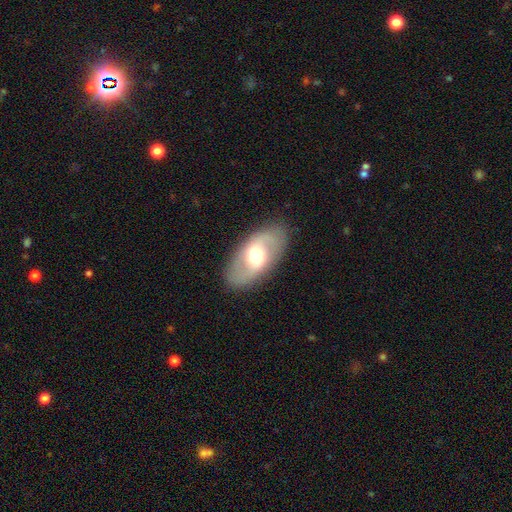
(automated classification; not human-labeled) This appears to be a featured or disk galaxy (59%) with no bar (43%), spiral arms (58%) and a moderate central bulge (61%). Merging: none (85%).